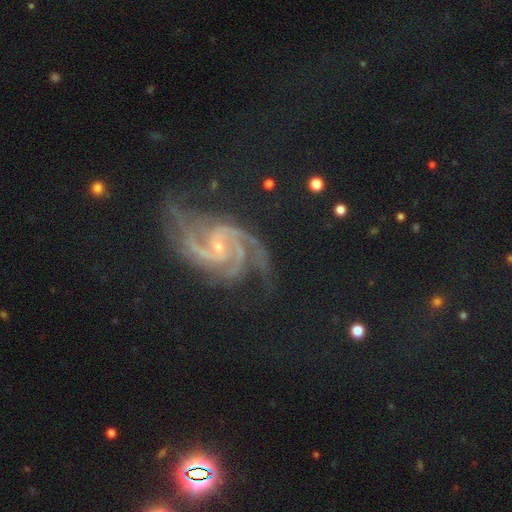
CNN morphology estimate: smooth-or-featured: featured or disk: 79% | star or artifact: 14% | smooth: 6%
  disk-edge-on: no: 98% | yes: 2%
    bar: no: 47% | weak: 38% | strong: 15%
    has-spiral-arms: yes: 98% | no: 2%
      spiral-winding: medium: 52% | tight: 32% | loose: 16%
      spiral-arm-count: 2: 47% | 3: 18% | can't tell: 10% | 4: 9% | 1: 8% | more than 4: 8%
    bulge-size: small: 82% | moderate: 14% | none: 2% | large: 1% | dominant: 1%
  merging: none: 68% | minor disturbance: 19% | major disturbance: 11% | merger: 3%